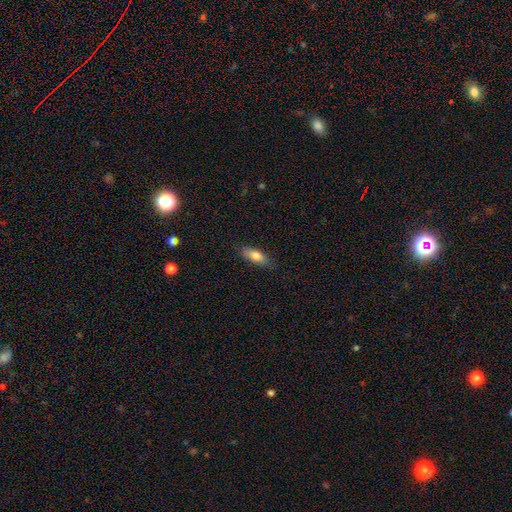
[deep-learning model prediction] smooth-or-featured: smooth: 80% | featured or disk: 13% | star or artifact: 7%
  how-rounded: in between: 72% | cigar-shaped: 26% | round: 2%
  merging: none: 82% | minor disturbance: 14% | major disturbance: 3% | merger: 1%